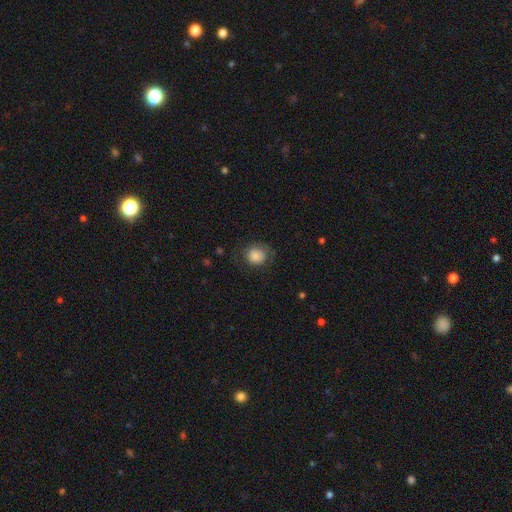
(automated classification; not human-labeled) The model was most divided on "merging": none: 69%, minor disturbance: 20%, major disturbance: 10%, merger: 1%. More confident: smooth or featured — smooth (84%); how rounded — round (78%).